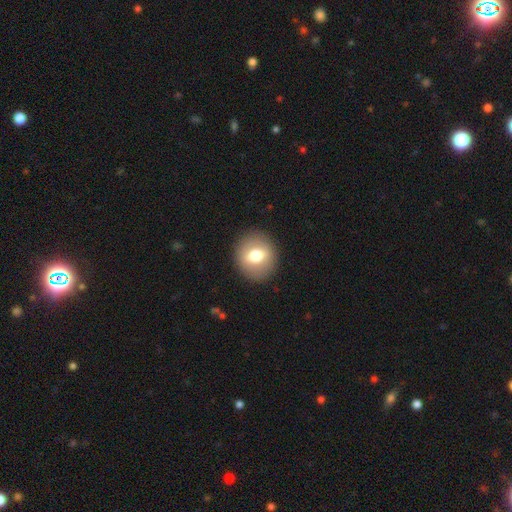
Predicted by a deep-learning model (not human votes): A smooth galaxy with no disk features (67%) that is round (81%).

Vote fractions:
- Smooth or featured? smooth: 67% / featured or disk: 25% / star or artifact: 9%
- How rounded? round: 81% / in between: 18% / cigar-shaped: 1%
- Merging? none: 90% / minor disturbance: 6% / major disturbance: 2% / merger: 1%